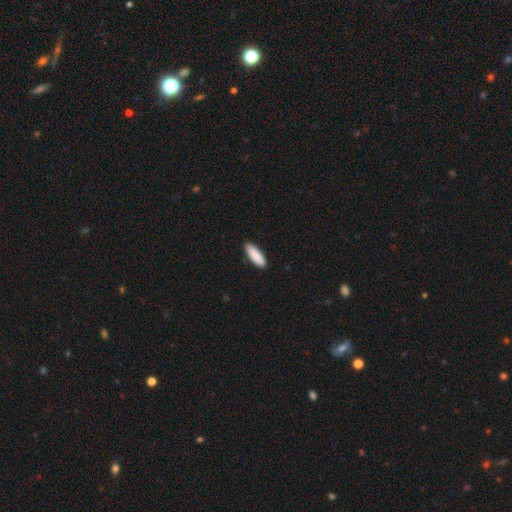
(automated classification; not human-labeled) Smooth or featured?
  - smooth: 90% *
  - star or artifact: 5%
  - featured or disk: 5%
How rounded?
  - in between: 57% *
  - cigar-shaped: 42%
  - round: 1%
Merging?
  - none: 89% *
  - minor disturbance: 9%
  - major disturbance: 2%
  - merger: 1%